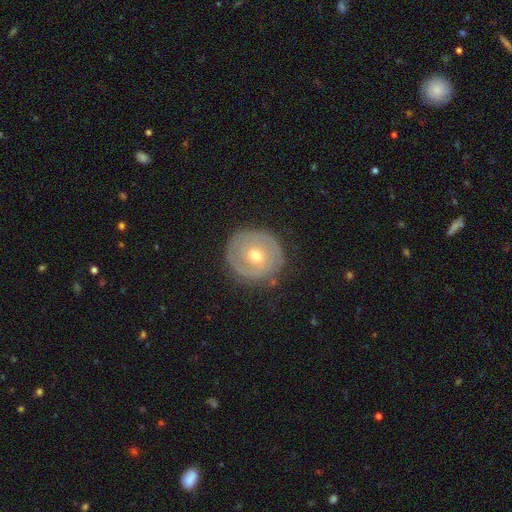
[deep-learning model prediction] Overall: featured or disk (64%; smooth 29%). Edge-on disk: no (96%). Bar: no (70%). Spiral arms: yes (60%; no 40%). Bulge size: moderate (59%; small 37%). Merging: none (80%).